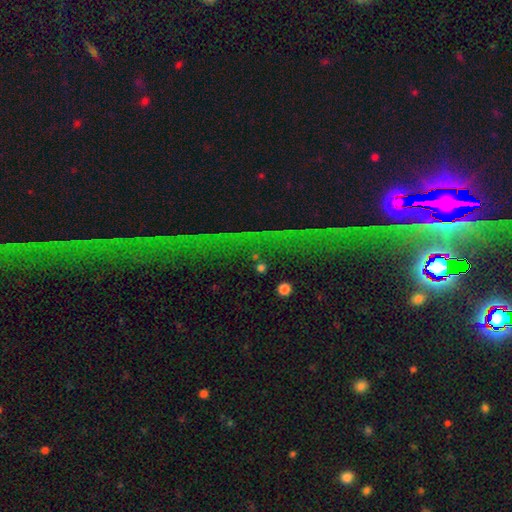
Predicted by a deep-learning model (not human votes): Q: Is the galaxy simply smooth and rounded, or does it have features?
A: star or artifact — 73%.